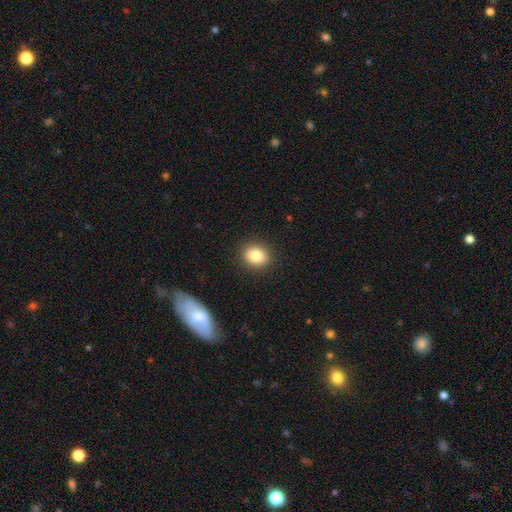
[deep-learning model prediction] Smooth or featured: smooth — 84% (star or artifact — 10%)
How rounded: round — 58% (in between — 41%)
Merging: none — 90% (minor disturbance — 7%)